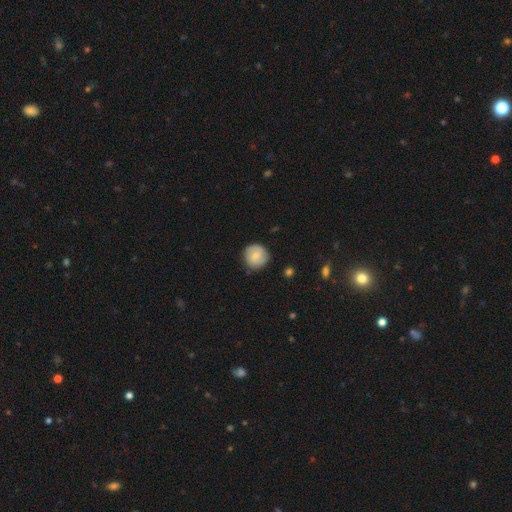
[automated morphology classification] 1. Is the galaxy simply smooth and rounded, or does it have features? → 61% smooth, 32% featured or disk, 7% star or artifact.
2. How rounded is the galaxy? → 92% round, 7% in between, 1% cigar-shaped.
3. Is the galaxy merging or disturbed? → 80% none, 15% minor disturbance, 3% major disturbance, 1% merger.